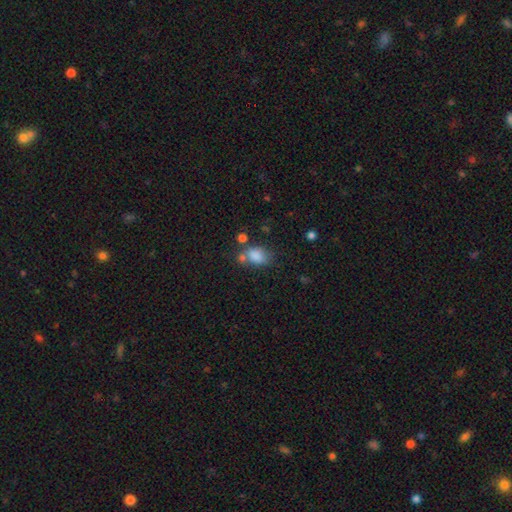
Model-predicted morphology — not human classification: smooth 81%, star or artifact 11%, featured or disk 8%. Down the decision tree: how rounded — in between (76%); merging — none (45%).